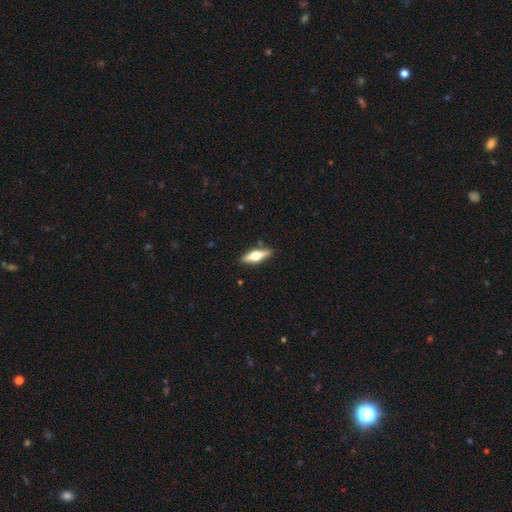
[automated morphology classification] Overall: featured or disk (52%; smooth 43%). Edge-on disk: yes (92%). Merging: none (87%).